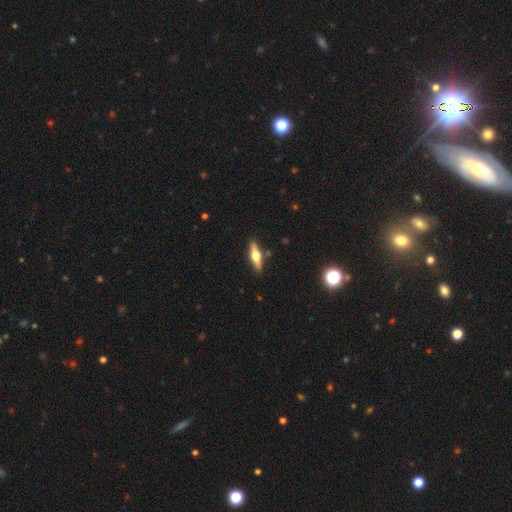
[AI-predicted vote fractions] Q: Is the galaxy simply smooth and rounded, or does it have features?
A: featured or disk — 62%.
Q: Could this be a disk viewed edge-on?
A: yes — 95%.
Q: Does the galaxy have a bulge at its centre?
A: rounded — 95%.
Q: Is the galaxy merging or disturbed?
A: none — 89%.